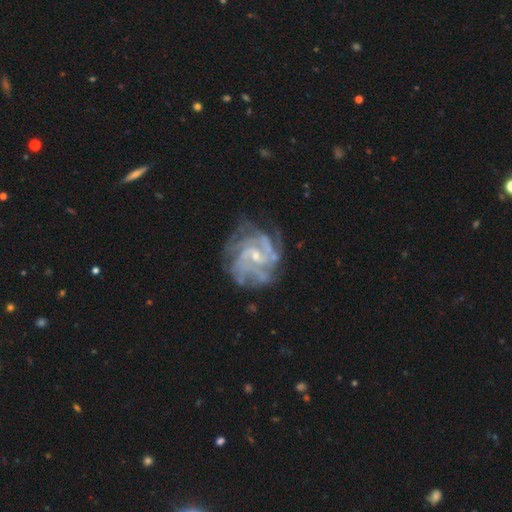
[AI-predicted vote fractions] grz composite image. It shows a featured or disk galaxy (86%) with no bar (47%), tight (54%) spiral arms (93%) and a small central bulge (67%). Merging: none (64%).